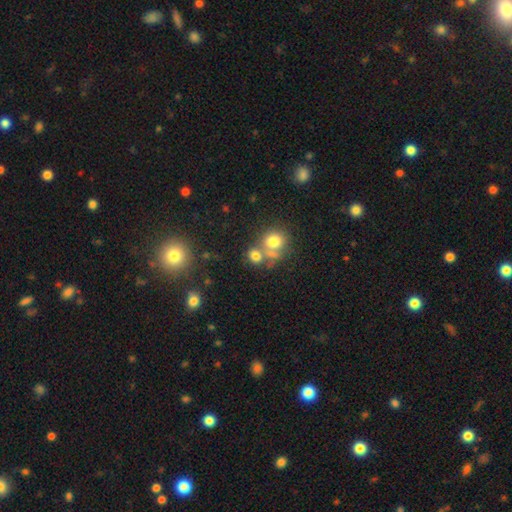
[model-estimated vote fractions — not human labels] This appears to be a smooth galaxy with no disk features (53%) that is round (83%). Merging: none (62%).